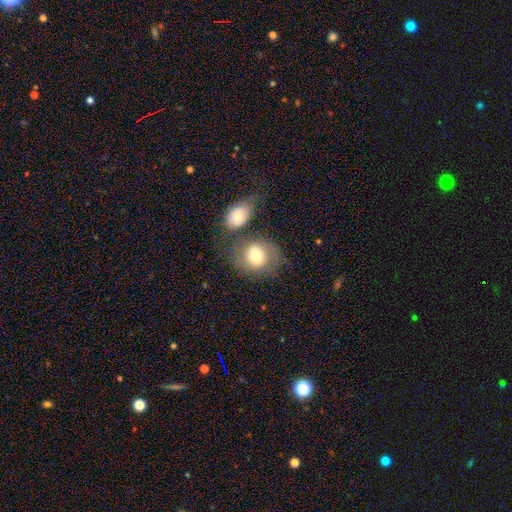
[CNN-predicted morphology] This appears to be a smooth galaxy with no disk features (73%) that is round (61%). Merging: none (52%).